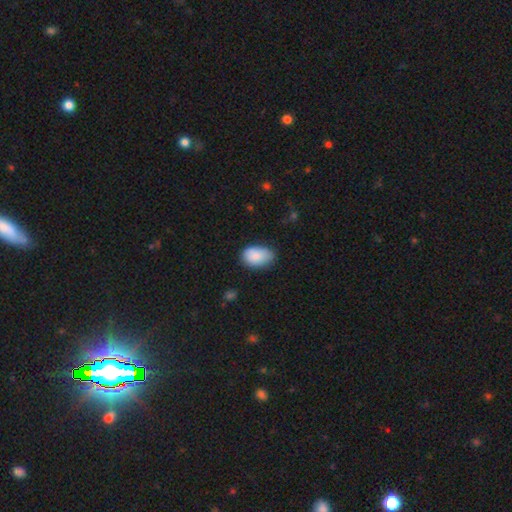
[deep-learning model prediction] A smooth galaxy with no disk features (84%) that is in between round and cigar-shaped (89%). Merging: none (66%).